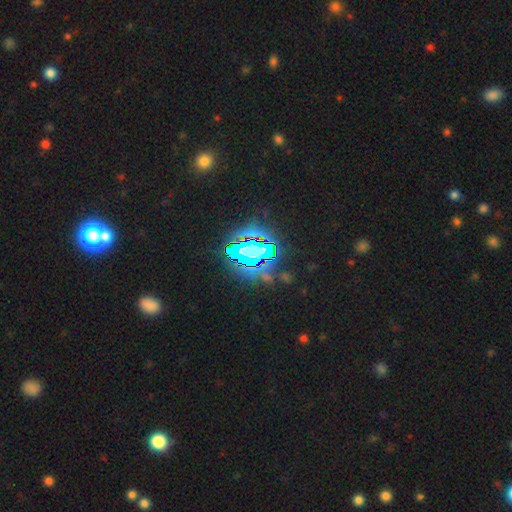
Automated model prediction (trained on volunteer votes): A star or artifact, not a galaxy (80%).